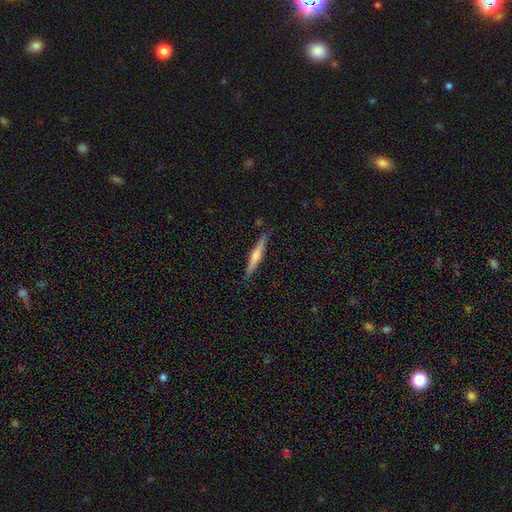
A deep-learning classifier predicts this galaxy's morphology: Smooth or featured? featured or disk (53%)
Edge-on disk? yes (97%)
Edge-on bulge? rounded (74%)
Merging? none (88%)